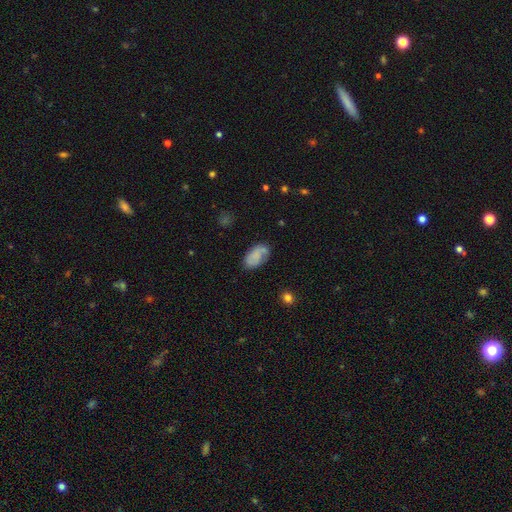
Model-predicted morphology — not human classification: Smooth or featured: smooth — 70% (featured or disk — 21%)
How rounded: in between — 93% (round — 5%)
Merging: none — 59% (minor disturbance — 25%)